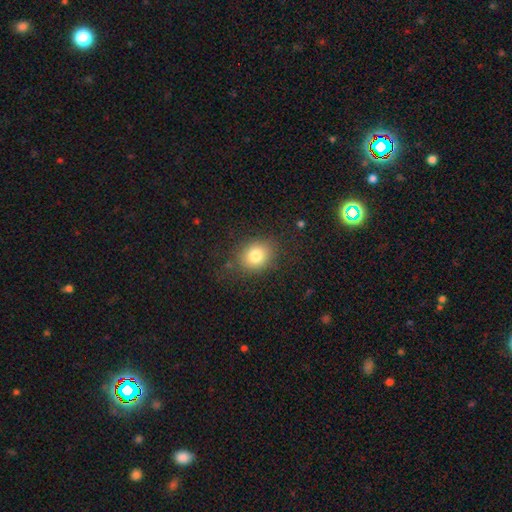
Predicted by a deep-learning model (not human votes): Smooth or featured? smooth (80%)
How rounded? round (55%)
Merging? none (80%)